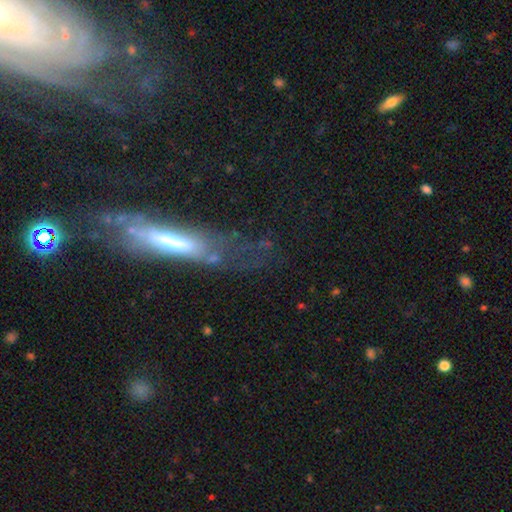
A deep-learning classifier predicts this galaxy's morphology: This is likely a featured or disk galaxy (63%). It is possibly viewed edge-on (57%). Merging: possibly none (54%).